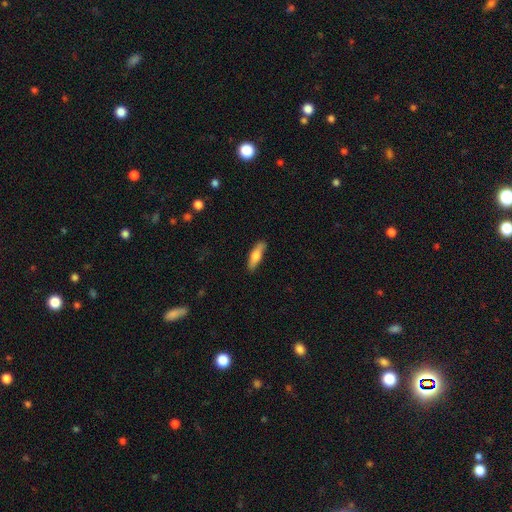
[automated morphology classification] smooth 68%, featured or disk 26%, star or artifact 6%. Down the decision tree: how rounded — cigar-shaped (60%); merging — none (83%).